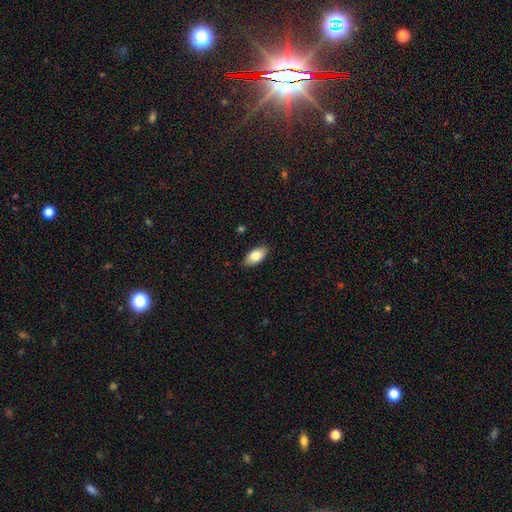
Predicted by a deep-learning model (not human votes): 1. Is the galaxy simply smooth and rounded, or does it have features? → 80% smooth, 14% featured or disk, 7% star or artifact.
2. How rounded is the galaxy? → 91% in between, 5% cigar-shaped, 3% round.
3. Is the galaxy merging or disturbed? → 88% none, 10% minor disturbance, 2% major disturbance, 1% merger.